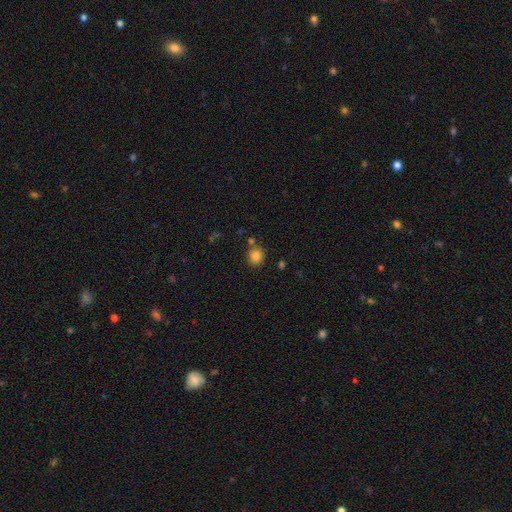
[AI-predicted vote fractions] Smooth or featured: smooth — 84% (star or artifact — 11%)
How rounded: round — 84% (in between — 15%)
Merging: none — 77% (minor disturbance — 10%)